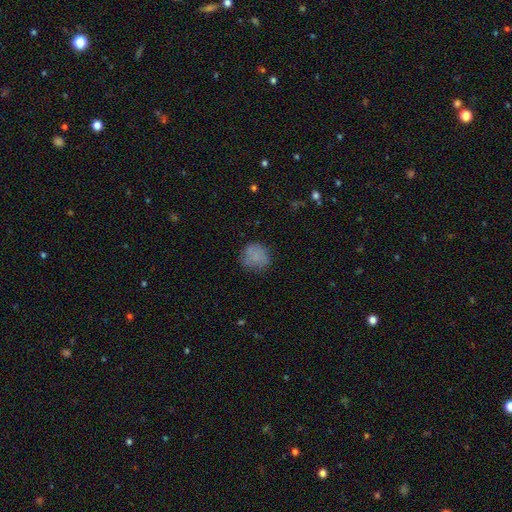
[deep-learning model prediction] The model was most divided on "merging": none: 68%, minor disturbance: 21%, major disturbance: 8%, merger: 2%. More confident: how rounded — round (79%); smooth or featured — smooth (75%).